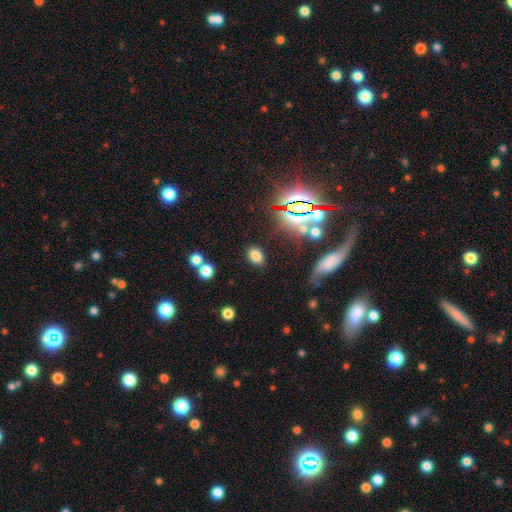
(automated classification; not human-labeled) Q: Smooth or featured?
A: smooth (75%); runner-up: star or artifact (17%)
Q: How rounded?
A: in between (78%); runner-up: round (20%)
Q: Merging?
A: none (83%); runner-up: minor disturbance (10%)